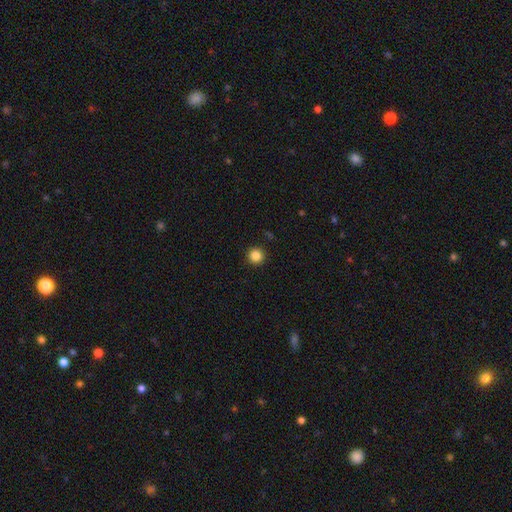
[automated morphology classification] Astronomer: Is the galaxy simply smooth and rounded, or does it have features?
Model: smooth — 86%.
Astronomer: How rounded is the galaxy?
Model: round — 95%.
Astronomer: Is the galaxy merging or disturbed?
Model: none — 92%.